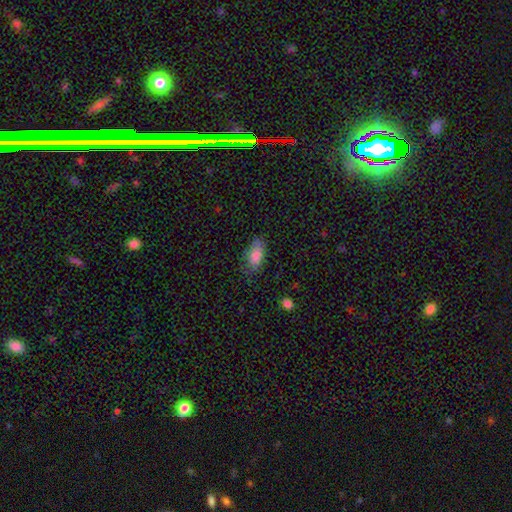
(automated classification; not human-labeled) This appears to be a smooth galaxy with no disk features (83%) that is in between round and cigar-shaped (90%). Merging: none (67%).